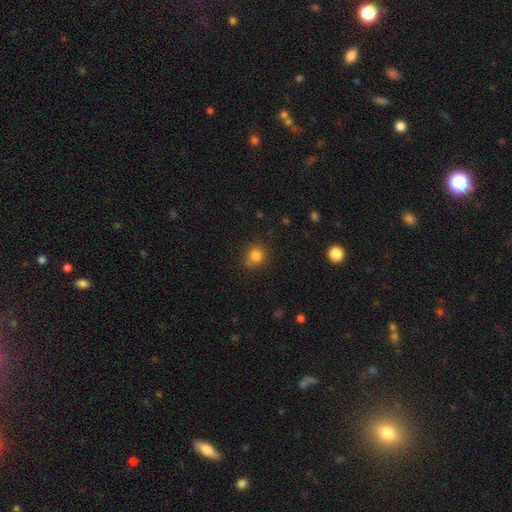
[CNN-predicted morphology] This is clearly a smooth galaxy (82%). How rounded: clearly round (85%). Merging: likely none (72%).